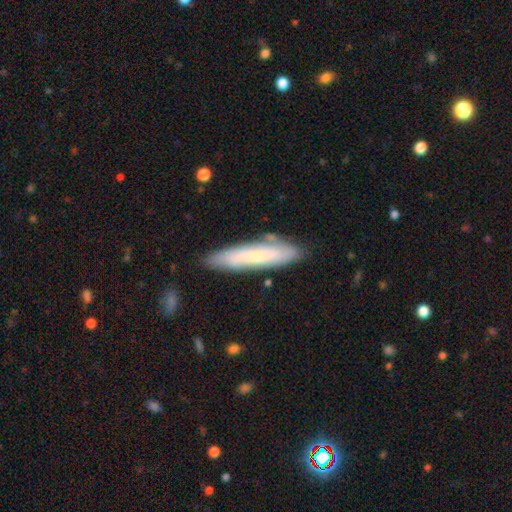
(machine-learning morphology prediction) The model was most divided on "smooth or featured": smooth: 56%, featured or disk: 38%, star or artifact: 6%. More confident: how rounded — cigar-shaped (82%); merging — none (80%).